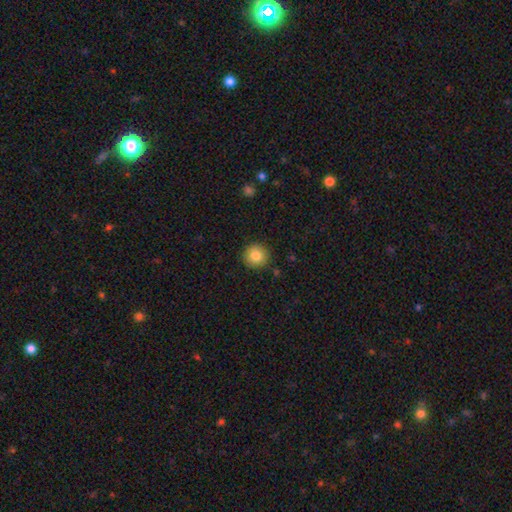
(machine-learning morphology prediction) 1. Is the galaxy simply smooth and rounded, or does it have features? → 83% smooth, 9% star or artifact, 8% featured or disk.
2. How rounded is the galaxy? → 94% round, 5% in between, 1% cigar-shaped.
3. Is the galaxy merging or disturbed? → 91% none, 6% minor disturbance, 2% major disturbance, 1% merger.